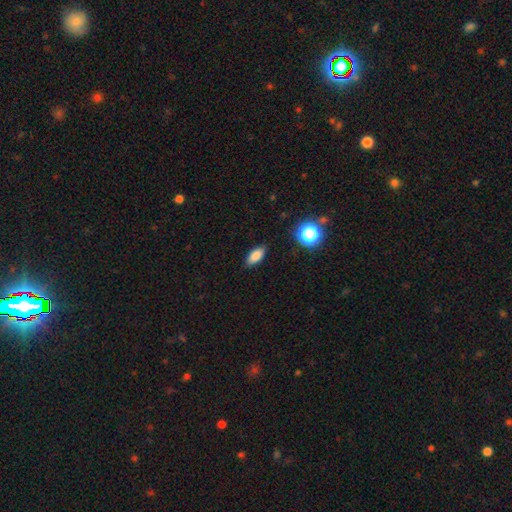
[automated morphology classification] This is clearly a smooth galaxy (83%). How rounded: clearly in between (83%). Merging: clearly none (86%).